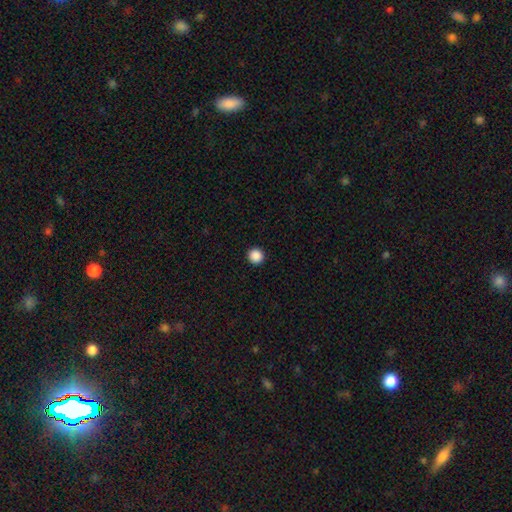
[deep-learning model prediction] smooth_or_featured: smooth (p=0.88) [alt: star or artifact p=0.09]
how_rounded: round (p=0.96) [alt: in between p=0.03]
merging: none (p=0.94) [alt: minor disturbance p=0.04]